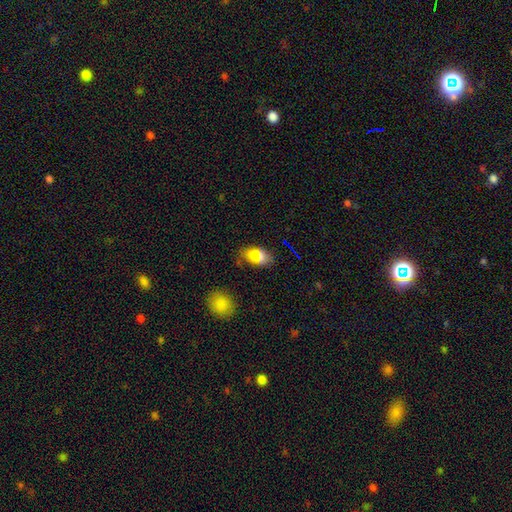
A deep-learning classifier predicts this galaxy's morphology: Q: Smooth or featured?
A: smooth (73%); runner-up: star or artifact (17%)
Q: How rounded?
A: in between (88%); runner-up: round (9%)
Q: Merging?
A: none (79%); runner-up: minor disturbance (13%)